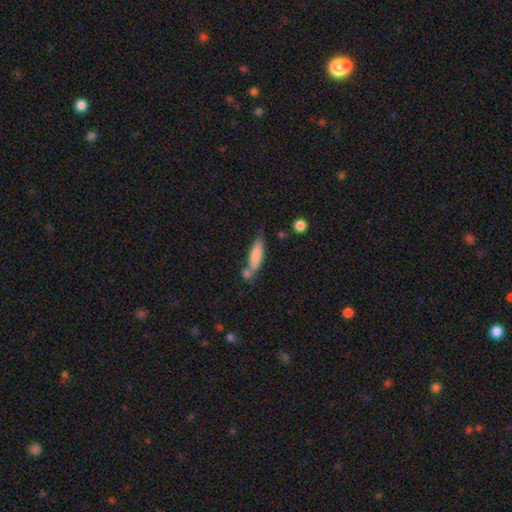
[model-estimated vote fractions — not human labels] Overall: smooth (76%). How rounded: cigar-shaped (55%; in between 43%). Merging: none (47%; merger 27%).